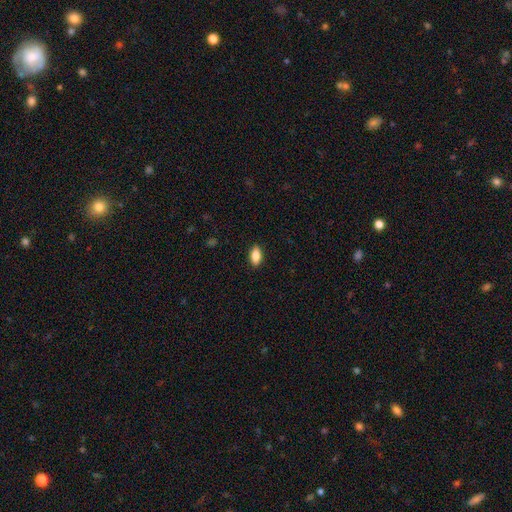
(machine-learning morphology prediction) Smooth or featured?
  - smooth: 84% *
  - featured or disk: 9%
  - star or artifact: 7%
How rounded?
  - in between: 87% *
  - cigar-shaped: 9%
  - round: 3%
Merging?
  - none: 89% *
  - minor disturbance: 8%
  - major disturbance: 2%
  - merger: 1%